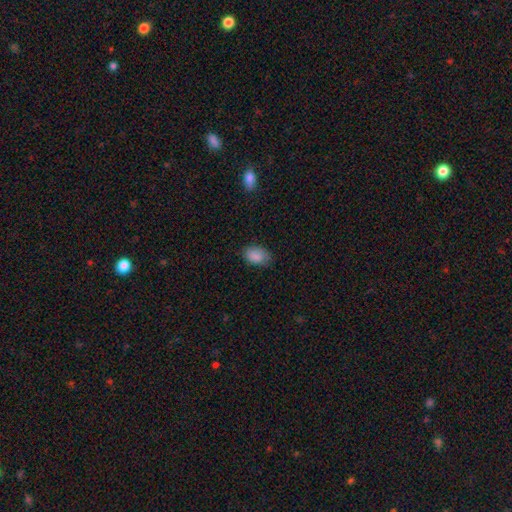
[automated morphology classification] This is clearly a smooth galaxy (87%). How rounded: clearly in between (86%). Merging: likely none (73%).